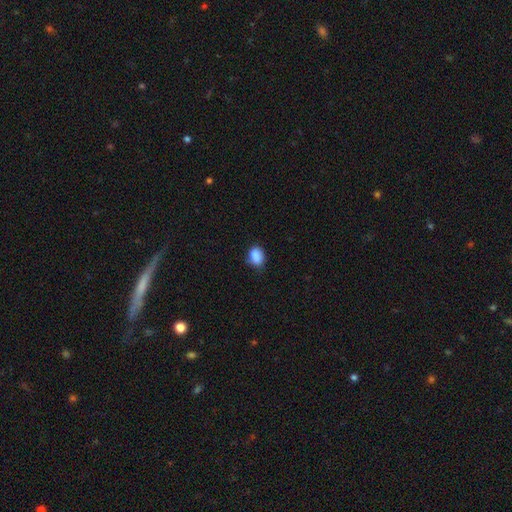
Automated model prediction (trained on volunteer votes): smooth_or_featured: smooth (p=0.85) [alt: star or artifact p=0.09]
how_rounded: in between (p=0.71) [alt: round p=0.27]
merging: none (p=0.58) [alt: minor disturbance p=0.30]